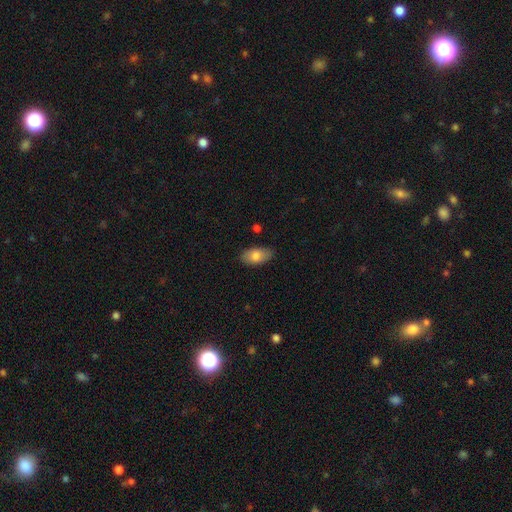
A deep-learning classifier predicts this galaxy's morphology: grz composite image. It shows a smooth galaxy with no disk features (81%) that is in between round and cigar-shaped (93%). Merging: none (85%).